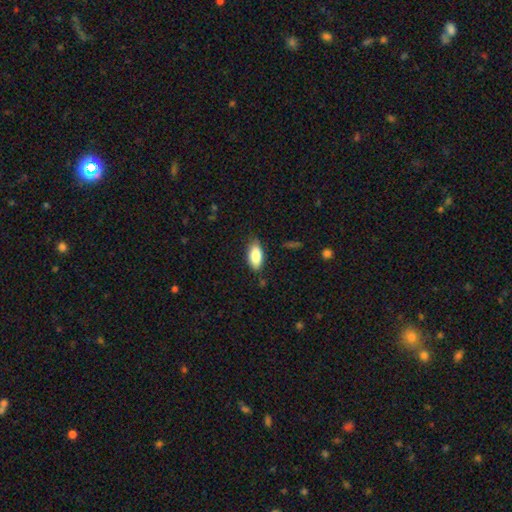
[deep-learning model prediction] This appears to be a smooth galaxy with no disk features (85%) that is in between round and cigar-shaped (90%). Merging: none (81%).